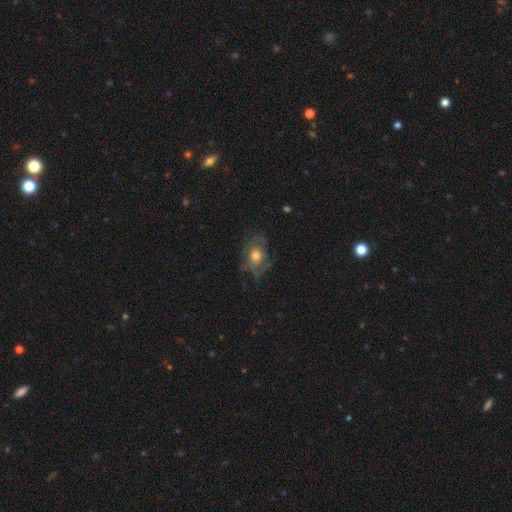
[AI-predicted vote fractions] This is possibly a featured or disk galaxy (47%). Merging: possibly none (54%).